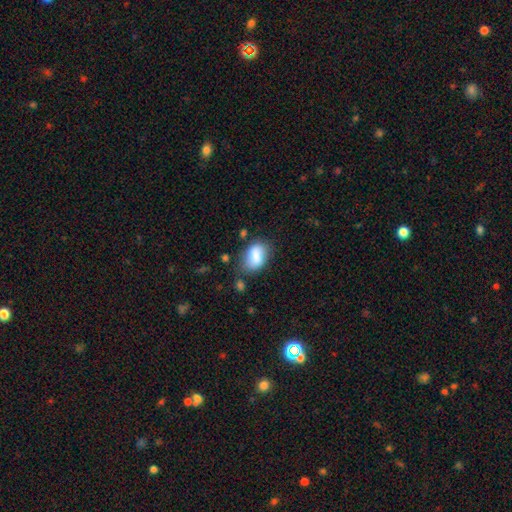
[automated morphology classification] Overall: smooth (84%). How rounded: in between (85%). Merging: none (59%; minor disturbance 26%).